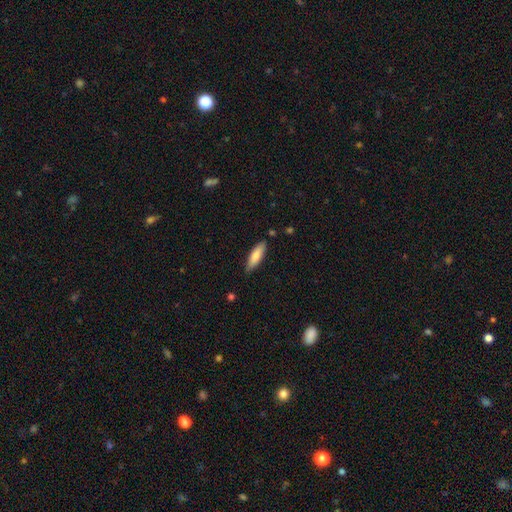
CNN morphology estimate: This is likely a smooth galaxy (79%). How rounded: possibly cigar-shaped (53%). Merging: clearly none (83%).